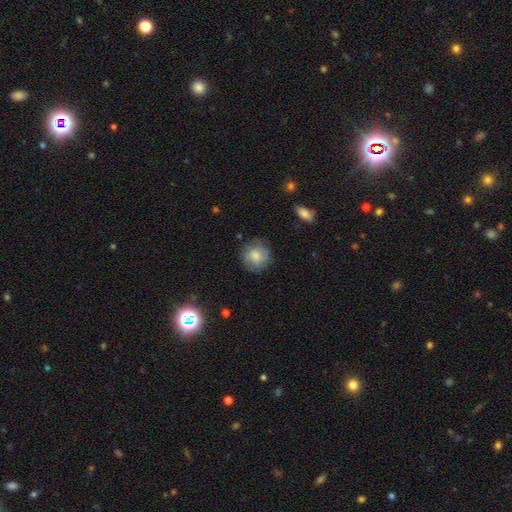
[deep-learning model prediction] smooth_or_featured: smooth (p=0.75) [alt: featured or disk p=0.18]
how_rounded: round (p=0.91) [alt: in between p=0.08]
merging: none (p=0.80) [alt: minor disturbance p=0.15]